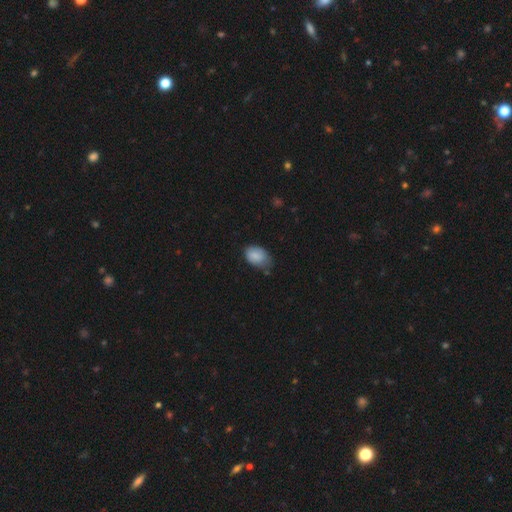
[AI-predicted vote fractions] The model was most divided on "merging": none: 51%, minor disturbance: 38%, major disturbance: 8%, merger: 3%. More confident: how rounded — in between (85%); smooth or featured — smooth (85%).